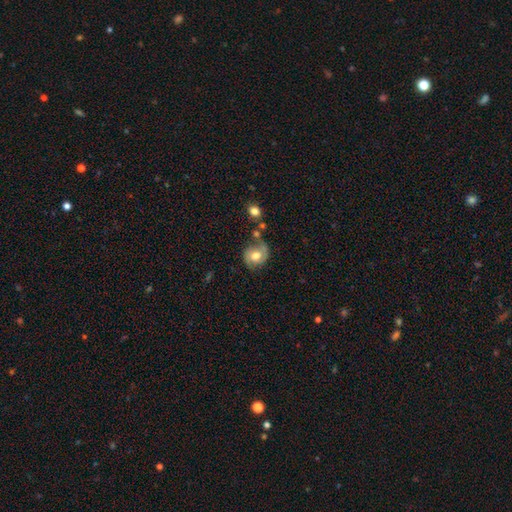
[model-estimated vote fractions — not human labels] Overall: featured or disk (48%; smooth 44%). Merging: none (58%; minor disturbance 23%).